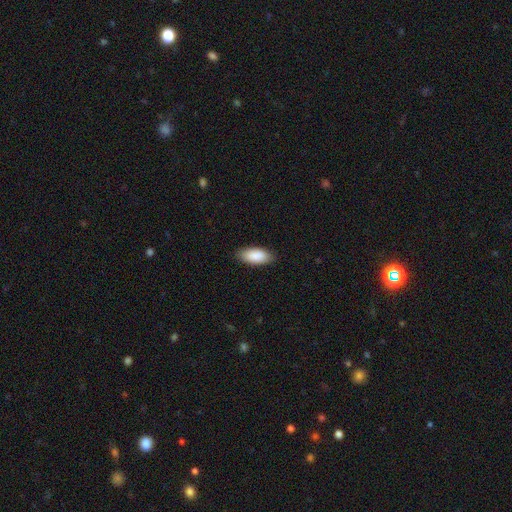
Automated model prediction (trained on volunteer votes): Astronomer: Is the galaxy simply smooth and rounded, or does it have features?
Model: smooth — 90%.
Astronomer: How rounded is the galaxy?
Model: in between — 90%.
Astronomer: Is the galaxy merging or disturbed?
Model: none — 87%.